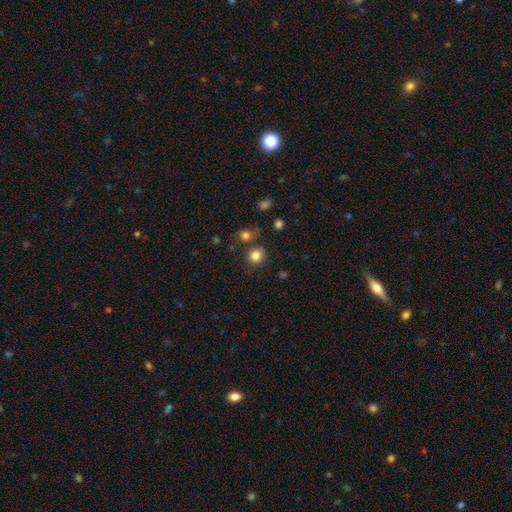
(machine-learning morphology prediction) This appears to be a smooth galaxy with no disk features (83%) that is round (89%). Merging: none (78%).